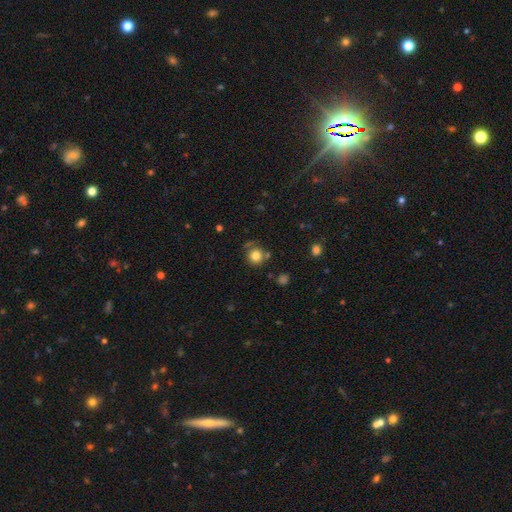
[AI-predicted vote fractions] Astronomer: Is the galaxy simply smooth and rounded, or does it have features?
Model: smooth — 81%.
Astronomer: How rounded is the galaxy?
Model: round — 92%.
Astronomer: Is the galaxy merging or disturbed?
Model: none — 76%.